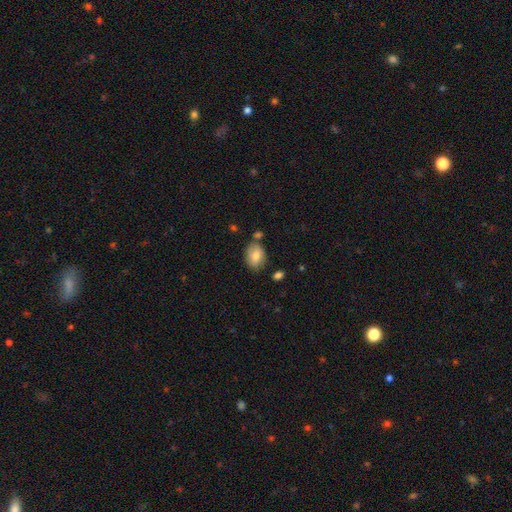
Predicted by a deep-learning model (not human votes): A smooth galaxy with no disk features (76%) that is in between round and cigar-shaped (79%). Merging: none (71%).